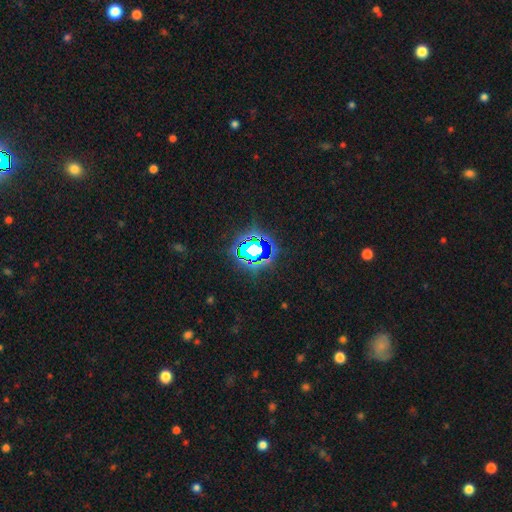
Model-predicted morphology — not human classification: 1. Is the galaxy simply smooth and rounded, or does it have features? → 71% star or artifact, 17% smooth, 12% featured or disk.